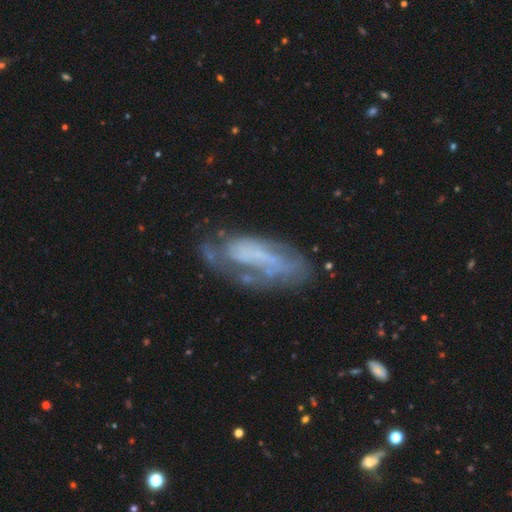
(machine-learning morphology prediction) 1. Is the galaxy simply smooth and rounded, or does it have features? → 62% featured or disk, 28% smooth, 9% star or artifact.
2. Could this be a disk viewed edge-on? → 89% no, 11% yes.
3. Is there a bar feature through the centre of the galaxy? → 67% no, 21% weak, 12% strong.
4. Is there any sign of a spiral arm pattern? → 54% yes, 46% no.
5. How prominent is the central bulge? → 66% none, 19% small, 8% moderate, 5% large, 2% dominant.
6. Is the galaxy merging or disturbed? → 46% none, 25% minor disturbance, 23% major disturbance, 6% merger.